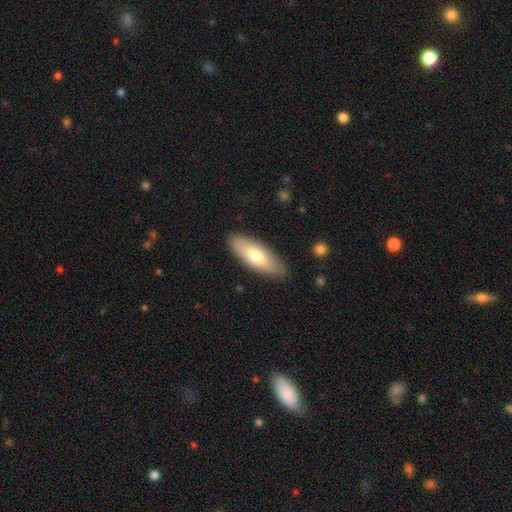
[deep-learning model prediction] This is likely a smooth galaxy (69%). How rounded: likely in between (66%). Merging: clearly none (87%).